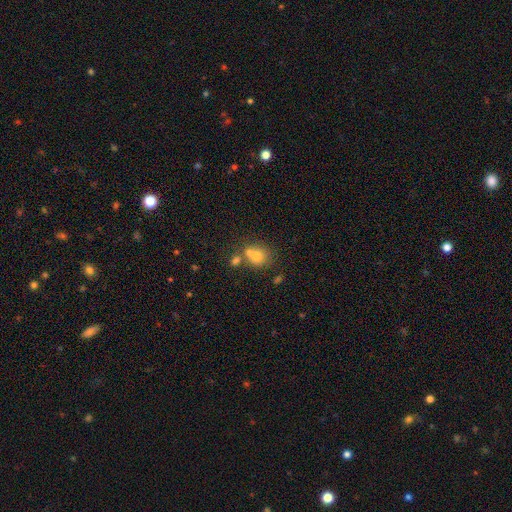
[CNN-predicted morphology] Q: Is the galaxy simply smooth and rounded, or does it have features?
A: smooth — 70%.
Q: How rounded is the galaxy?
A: round — 76%.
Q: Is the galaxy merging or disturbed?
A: none — 45%.